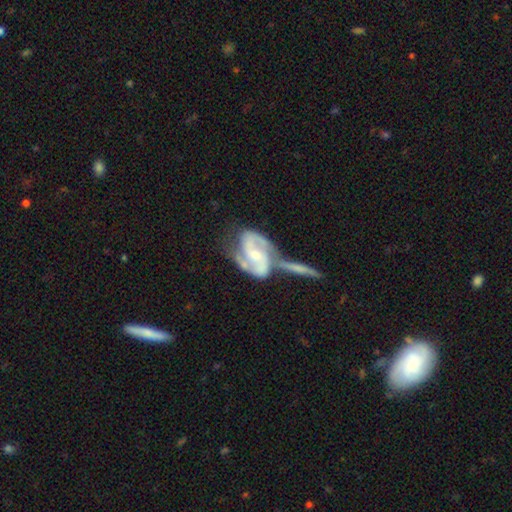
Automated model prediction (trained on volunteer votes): smooth_or_featured: featured or disk (p=0.89) [alt: smooth p=0.07]
disk_edge_on: no (p=0.97) [alt: yes p=0.03]
bar: weak (p=0.42) [alt: no p=0.36]
has_spiral_arms: yes (p=0.97) [alt: no p=0.03]
spiral_winding: medium (p=0.55) [alt: loose p=0.23]
spiral_arm_count: 2 (p=0.90) [alt: can't tell p=0.04]
bulge_size: small (p=0.50) [alt: moderate p=0.43]
merging: merger (p=0.42) [alt: none p=0.32]